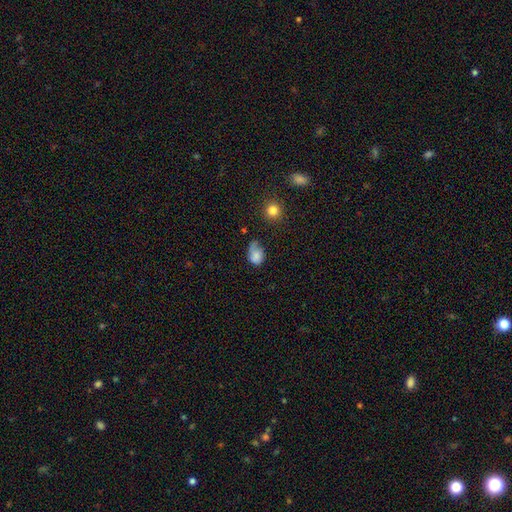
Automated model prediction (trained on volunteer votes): Smooth or featured? smooth (69%)
How rounded? in between (76%)
Merging? minor disturbance (34%, tied with none)